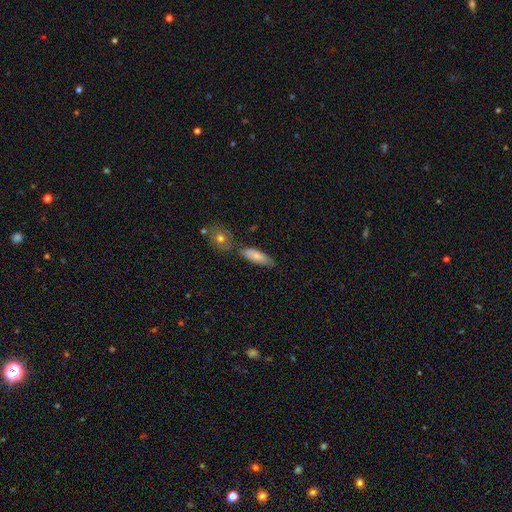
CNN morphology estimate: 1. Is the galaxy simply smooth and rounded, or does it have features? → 77% smooth, 16% featured or disk, 6% star or artifact.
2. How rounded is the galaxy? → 63% in between, 35% cigar-shaped, 2% round.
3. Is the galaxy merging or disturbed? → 63% none, 21% minor disturbance, 12% merger, 5% major disturbance.